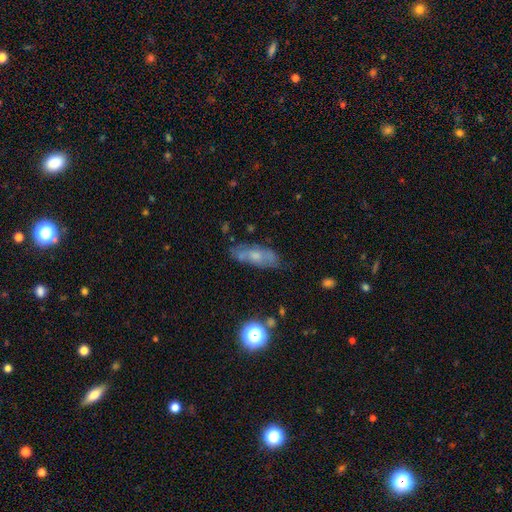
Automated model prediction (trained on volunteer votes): Smooth or featured: smooth — 46% (featured or disk — 42%)
Merging: none — 67% (minor disturbance — 22%)